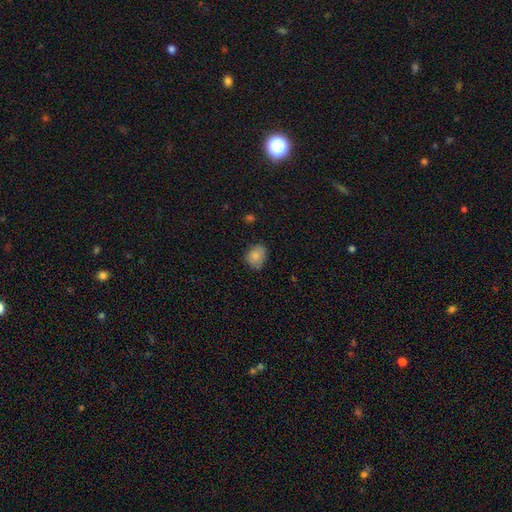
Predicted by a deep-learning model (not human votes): Smooth or featured? smooth (84%)
How rounded? round (60%)
Merging? none (73%)